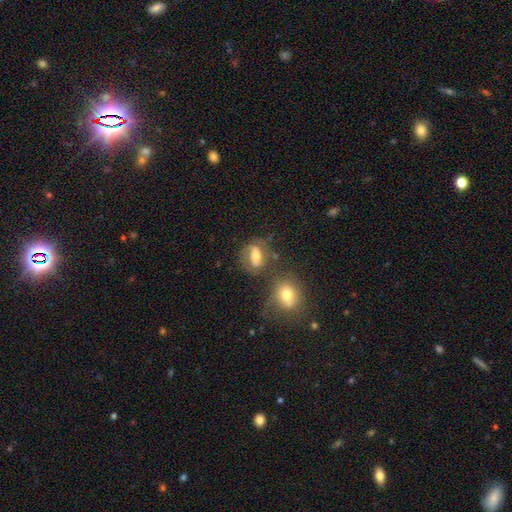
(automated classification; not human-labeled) A smooth galaxy with no disk features (49%).

Vote fractions:
- Smooth or featured? smooth: 49% / featured or disk: 39% / star or artifact: 11%
- Merging? none: 52% / minor disturbance: 20% / merger: 15% / major disturbance: 13%